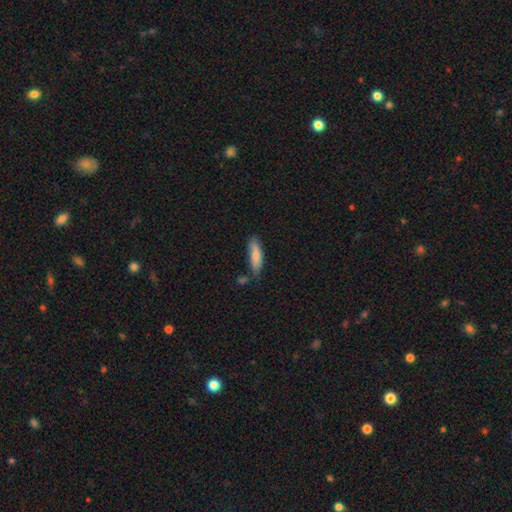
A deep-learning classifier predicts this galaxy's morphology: smooth 81%, featured or disk 13%, star or artifact 6%. Down the decision tree: how rounded — cigar-shaped (56%); merging — none (64%).